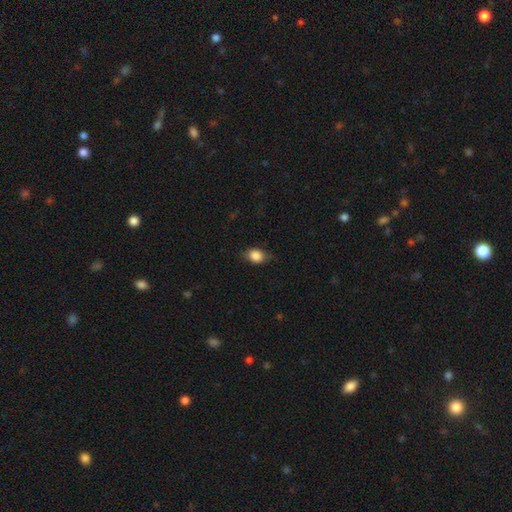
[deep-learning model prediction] smooth-or-featured: smooth: 85% | star or artifact: 8% | featured or disk: 7%
  how-rounded: in between: 62% | round: 36% | cigar-shaped: 2%
  merging: none: 75% | minor disturbance: 19% | major disturbance: 4% | merger: 1%